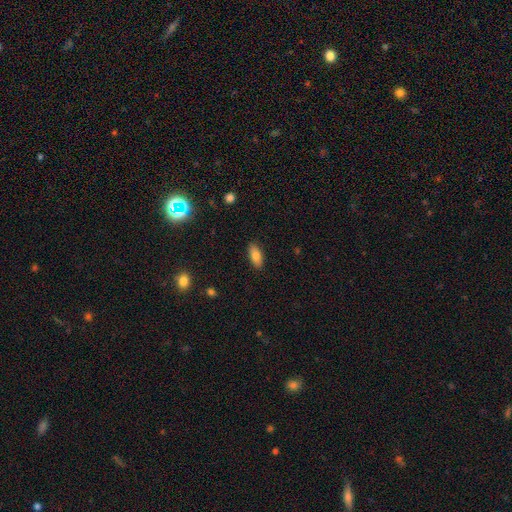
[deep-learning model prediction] This is clearly a smooth galaxy (80%). How rounded: clearly in between (82%). Merging: clearly none (89%).